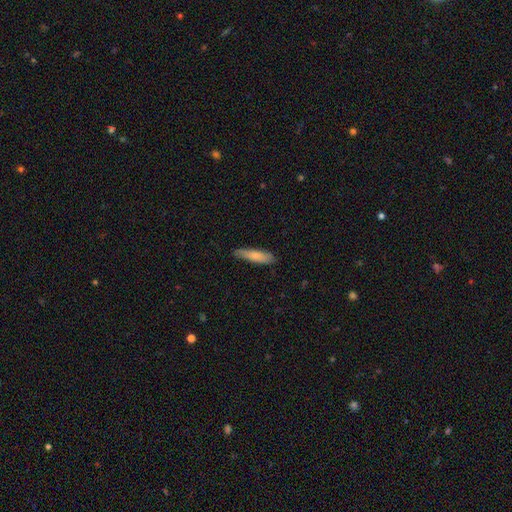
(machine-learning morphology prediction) Smooth or featured?
  - smooth: 77% *
  - featured or disk: 18%
  - star or artifact: 5%
How rounded?
  - cigar-shaped: 75% *
  - in between: 24%
  - round: 1%
Merging?
  - none: 78% *
  - minor disturbance: 18%
  - major disturbance: 3%
  - merger: 1%